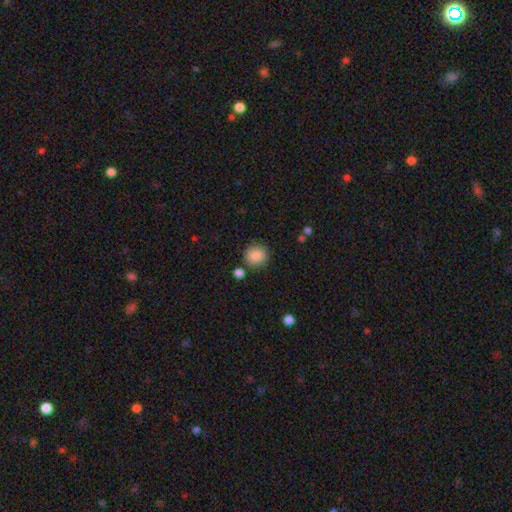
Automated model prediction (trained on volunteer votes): A smooth galaxy with no disk features (87%) that is round (91%).

Vote fractions:
- Smooth or featured? smooth: 87% / star or artifact: 8% / featured or disk: 4%
- How rounded? round: 91% / in between: 8% / cigar-shaped: 1%
- Merging? none: 83% / minor disturbance: 9% / merger: 5% / major disturbance: 3%